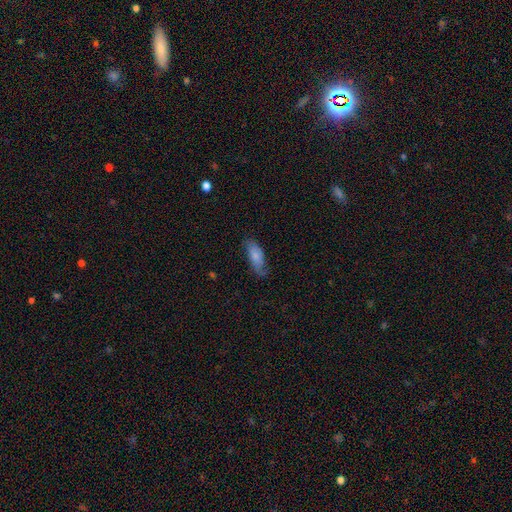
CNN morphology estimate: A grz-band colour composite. It shows a smooth galaxy with no disk features (66%) that is in between round and cigar-shaped (78%). Merging: none (63%).